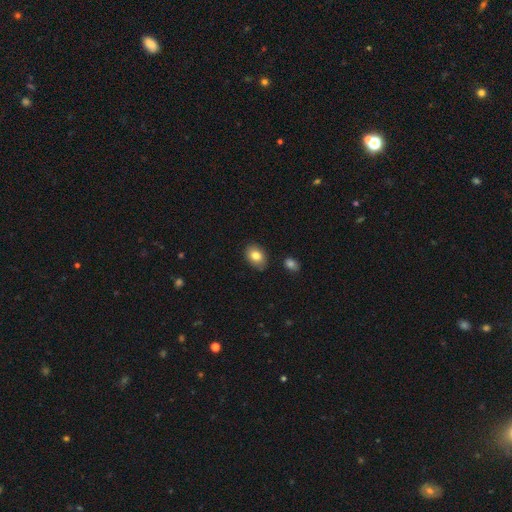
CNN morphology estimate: A smooth galaxy with no disk features (81%) that is in between round and cigar-shaped (76%). Merging: none (84%).